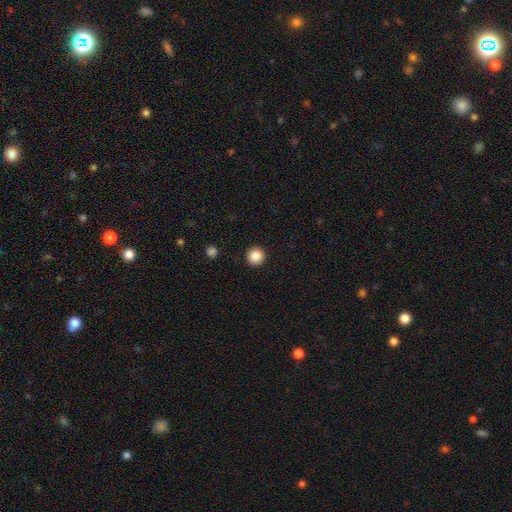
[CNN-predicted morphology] The model was most divided on "smooth or featured": smooth: 87%, star or artifact: 10%, featured or disk: 4%. More confident: how rounded — round (94%); merging — none (93%).